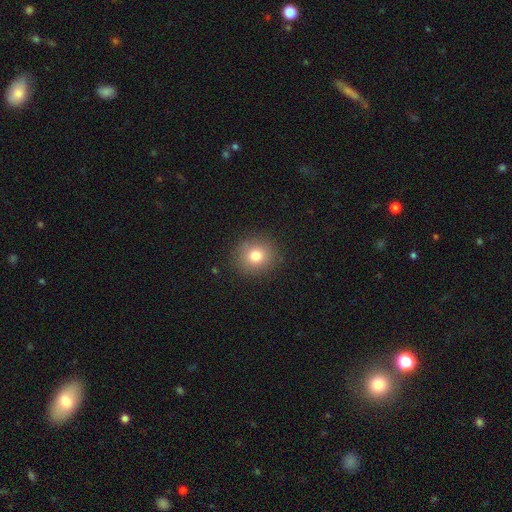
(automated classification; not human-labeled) smooth-or-featured: smooth: 79% | star or artifact: 12% | featured or disk: 9%
  how-rounded: round: 85% | in between: 14% | cigar-shaped: 1%
  merging: none: 89% | minor disturbance: 7% | major disturbance: 3% | merger: 1%